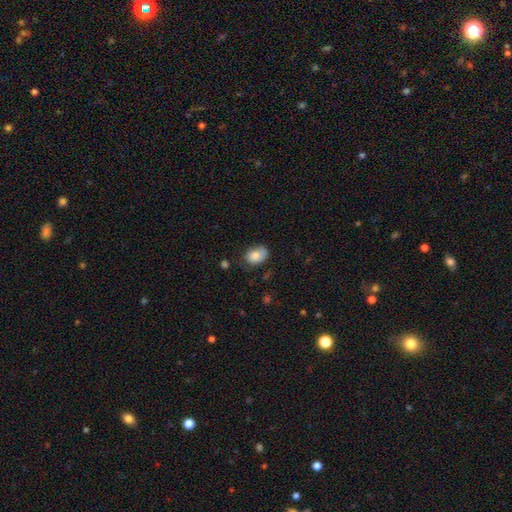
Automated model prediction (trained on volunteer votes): smooth_or_featured: smooth (p=0.74) [alt: featured or disk p=0.18]
how_rounded: in between (p=0.72) [alt: round p=0.27]
merging: none (p=0.55) [alt: minor disturbance p=0.30]